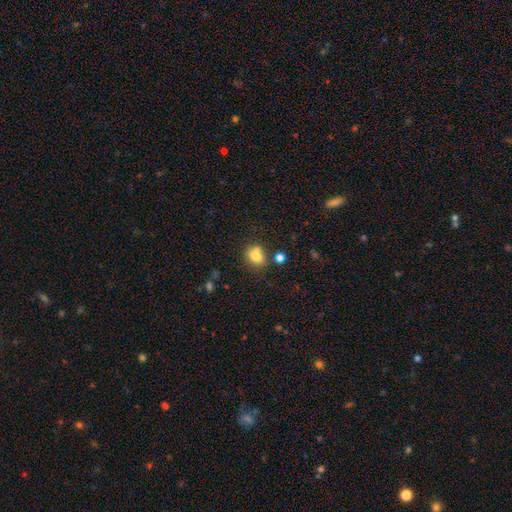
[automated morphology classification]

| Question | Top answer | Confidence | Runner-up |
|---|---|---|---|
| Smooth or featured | smooth | 78% | star or artifact (11%) |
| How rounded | round | 51% | in between (48%) |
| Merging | none | 56% | merger (23%) |